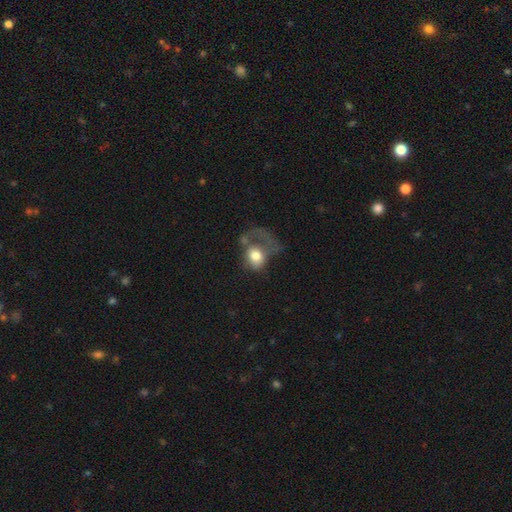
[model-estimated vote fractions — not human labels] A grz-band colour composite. It shows a smooth galaxy with no disk features (64%) that is round (51%). Merging: major disturbance (58%).